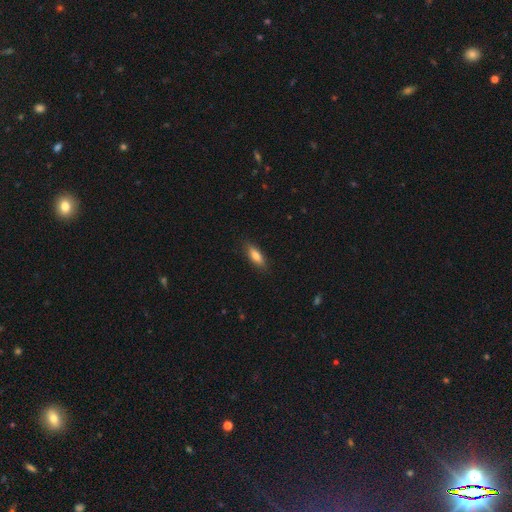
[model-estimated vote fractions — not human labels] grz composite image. It shows a smooth galaxy with no disk features (78%) that is in between round and cigar-shaped (56%). Merging: none (86%).